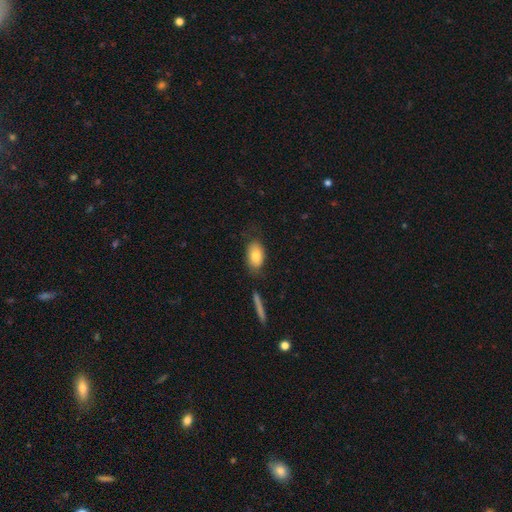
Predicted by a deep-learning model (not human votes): Smooth or featured?
  - smooth: 77% *
  - featured or disk: 16%
  - star or artifact: 7%
How rounded?
  - in between: 89% *
  - round: 9%
  - cigar-shaped: 3%
Merging?
  - none: 69% *
  - minor disturbance: 19%
  - major disturbance: 7%
  - merger: 6%